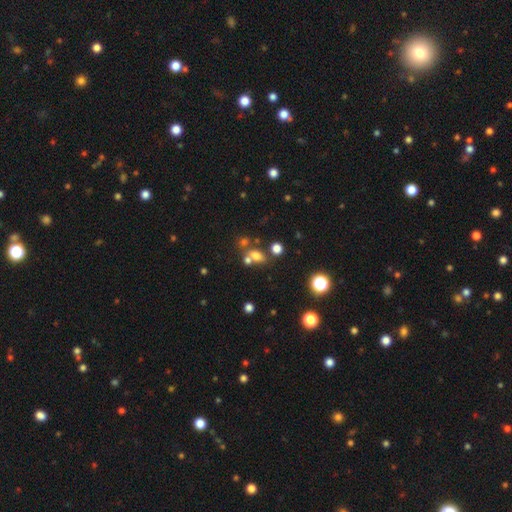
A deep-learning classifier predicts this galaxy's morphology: Smooth or featured? smooth (66%)
How rounded? in between (64%)
Merging? none (49%)